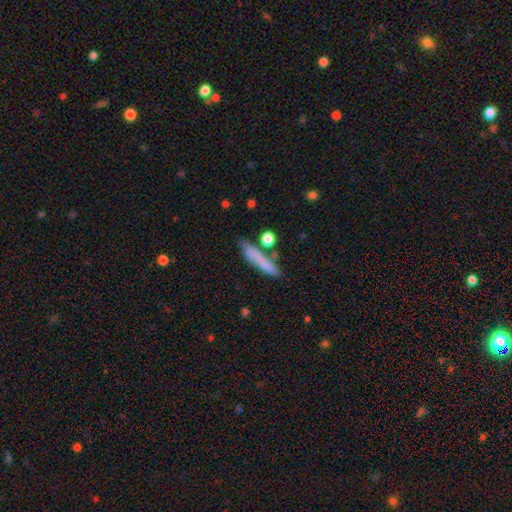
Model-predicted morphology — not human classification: Smooth or featured? smooth (73%)
How rounded? cigar-shaped (86%)
Merging? none (68%)